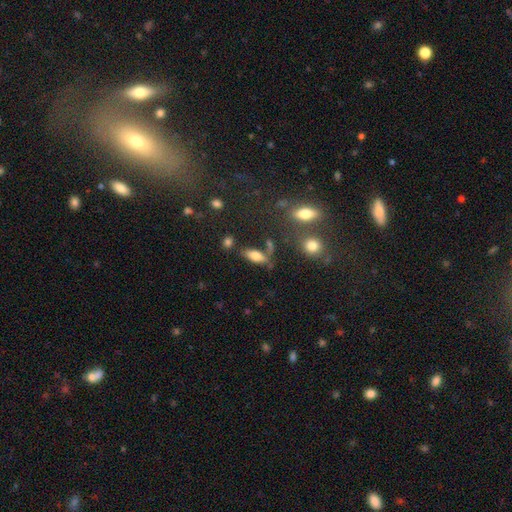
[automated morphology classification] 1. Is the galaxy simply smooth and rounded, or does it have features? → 73% smooth, 18% featured or disk, 10% star or artifact.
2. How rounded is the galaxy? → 74% in between, 23% cigar-shaped, 3% round.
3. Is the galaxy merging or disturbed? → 66% none, 16% minor disturbance, 12% merger, 6% major disturbance.